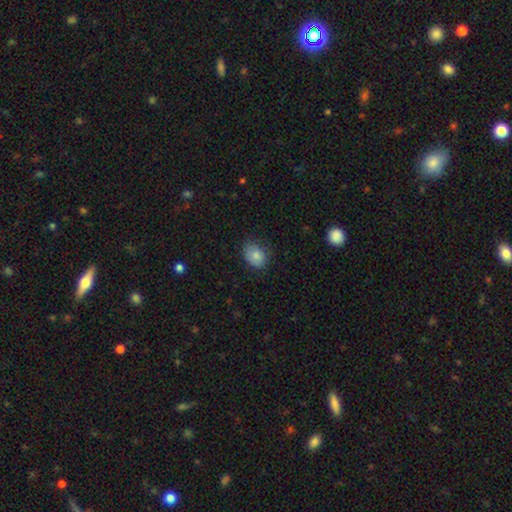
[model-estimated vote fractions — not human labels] Overall: smooth (83%). How rounded: in between (64%; round 36%). Merging: none (71%).